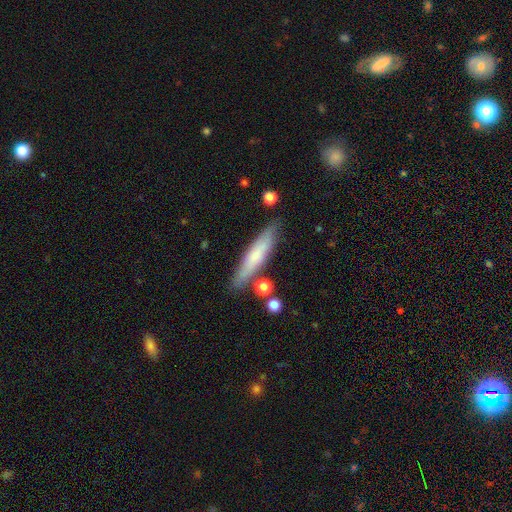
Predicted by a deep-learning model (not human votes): The model was most divided on "smooth or featured": smooth: 61%, featured or disk: 33%, star or artifact: 7%. More confident: how rounded — cigar-shaped (85%); merging — none (78%).